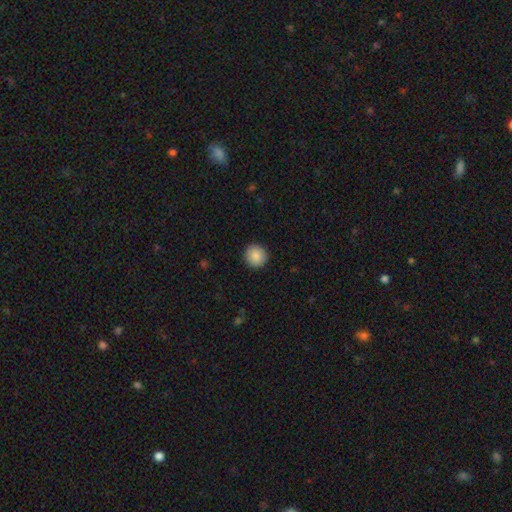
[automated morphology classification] A smooth galaxy with no disk features (88%) that is round (93%). Merging: none (92%).